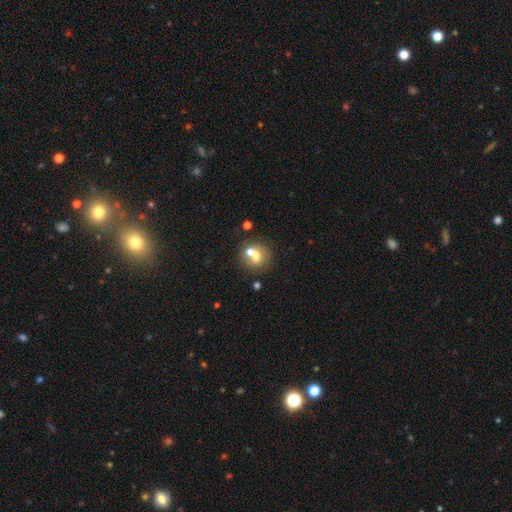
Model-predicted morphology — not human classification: Q: Smooth or featured?
A: smooth (63%); runner-up: featured or disk (25%)
Q: How rounded?
A: round (83%); runner-up: in between (16%)
Q: Merging?
A: none (45%); runner-up: merger (43%)